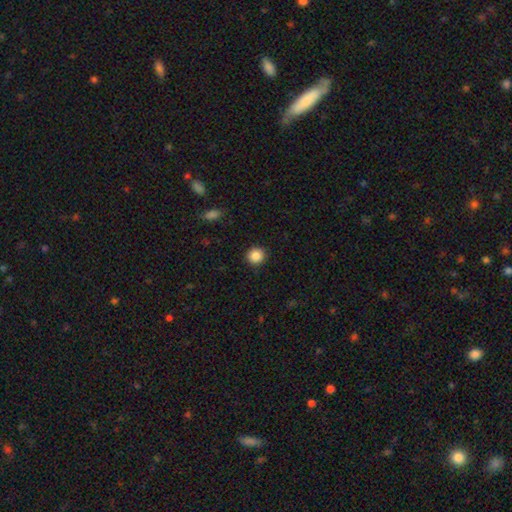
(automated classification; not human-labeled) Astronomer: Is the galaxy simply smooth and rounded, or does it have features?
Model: smooth — 87%.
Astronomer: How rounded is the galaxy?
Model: round — 92%.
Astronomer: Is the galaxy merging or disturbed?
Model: none — 91%.